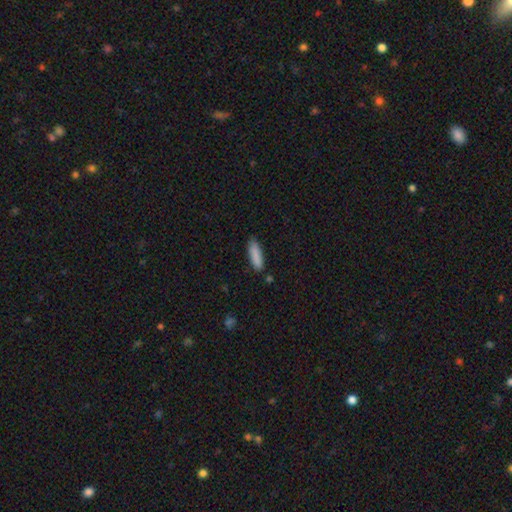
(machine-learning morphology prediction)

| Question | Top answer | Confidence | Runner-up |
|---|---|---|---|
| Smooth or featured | smooth | 87% | star or artifact (7%) |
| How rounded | cigar-shaped | 61% | in between (38%) |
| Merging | none | 81% | minor disturbance (14%) |